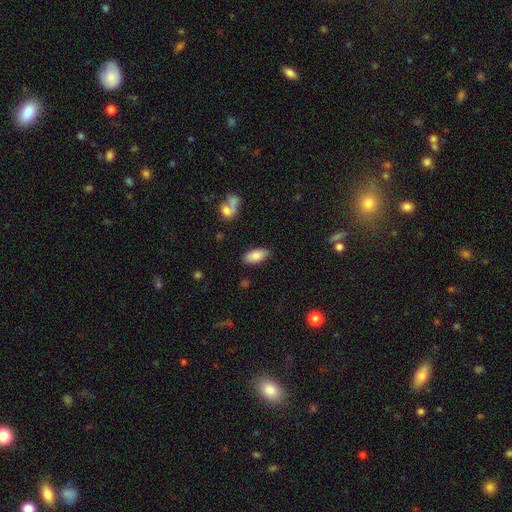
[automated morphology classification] type=smooth (82%); roundness=in between (90%); merging=none (84%).